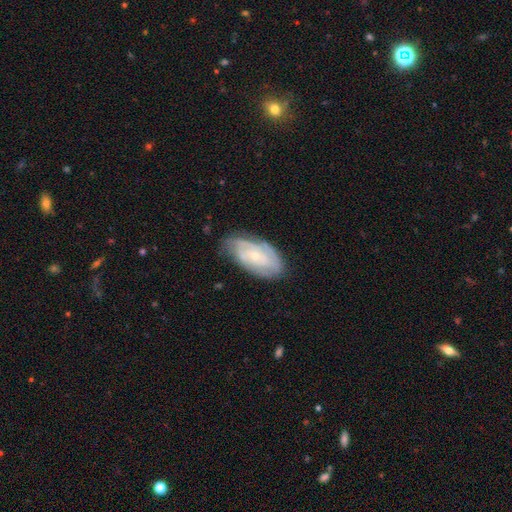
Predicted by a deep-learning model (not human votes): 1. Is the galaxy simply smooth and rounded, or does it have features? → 75% featured or disk, 19% smooth, 6% star or artifact.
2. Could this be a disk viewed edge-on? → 95% no, 5% yes.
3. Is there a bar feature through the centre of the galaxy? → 72% no, 23% weak, 5% strong.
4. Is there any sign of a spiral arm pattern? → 89% yes, 11% no.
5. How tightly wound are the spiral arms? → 66% tight, 27% medium, 7% loose.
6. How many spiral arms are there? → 40% can't tell, 27% 2, 18% 3, 7% 4, 4% 1, 4% more than 4.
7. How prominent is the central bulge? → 72% small, 24% moderate, 2% none, 1% large, 1% dominant.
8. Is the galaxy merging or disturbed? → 70% none, 23% minor disturbance, 6% major disturbance, 1% merger.